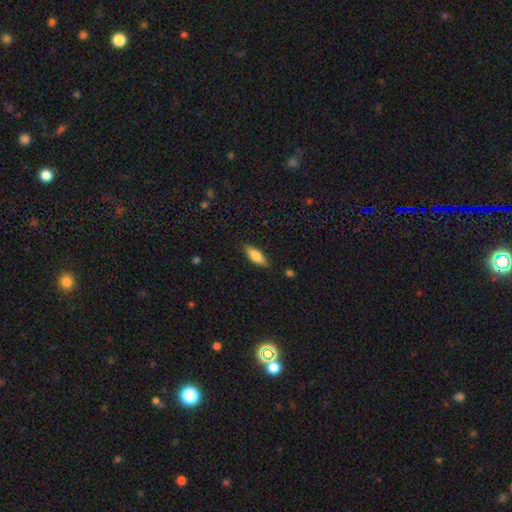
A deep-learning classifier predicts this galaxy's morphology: Smooth or featured: smooth — 69% (featured or disk — 24%)
How rounded: in between — 61% (cigar-shaped — 36%)
Merging: none — 84% (minor disturbance — 12%)